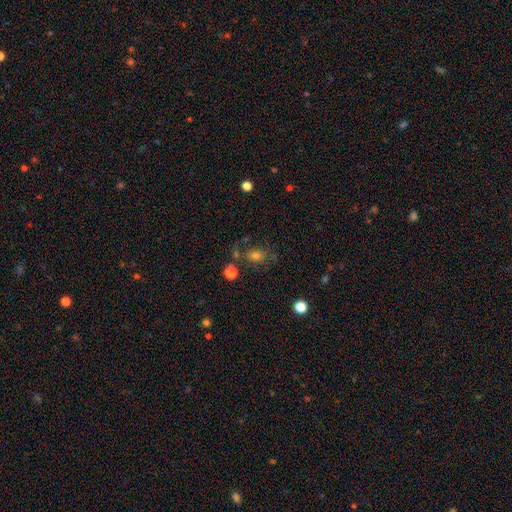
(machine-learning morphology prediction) Smooth or featured: smooth — 61% (featured or disk — 22%)
How rounded: in between — 55% (round — 43%)
Merging: none — 58% (minor disturbance — 19%)